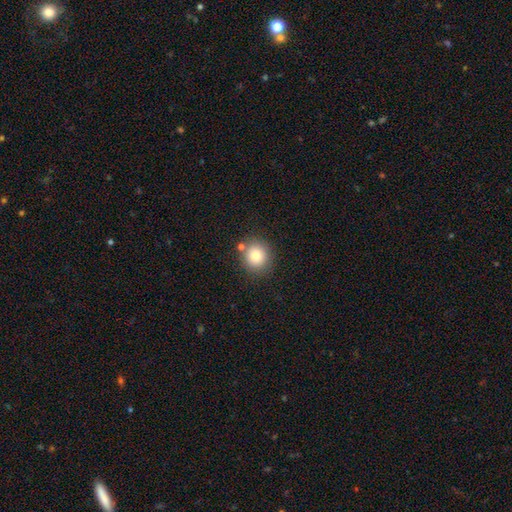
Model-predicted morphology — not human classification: Overall: smooth (80%). How rounded: round (86%). Merging: none (79%).